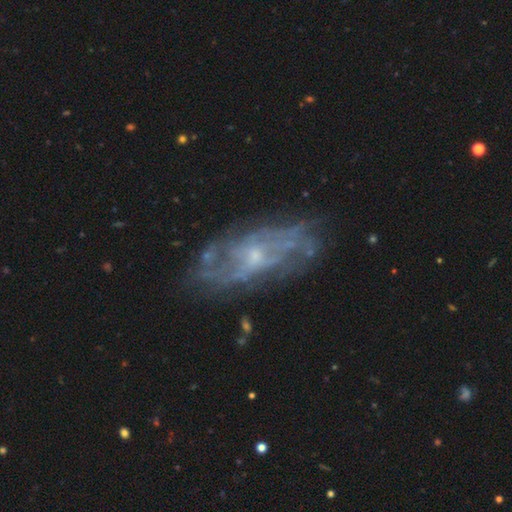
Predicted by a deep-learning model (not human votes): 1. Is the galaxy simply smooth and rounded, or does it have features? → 79% featured or disk, 13% smooth, 8% star or artifact.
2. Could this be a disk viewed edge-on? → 89% no, 11% yes.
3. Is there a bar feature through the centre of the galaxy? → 65% no, 30% weak, 5% strong.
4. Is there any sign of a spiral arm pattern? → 77% yes, 23% no.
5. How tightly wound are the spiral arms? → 38% medium (tied), 38% tight (tied), 24% loose.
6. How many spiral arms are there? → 53% can't tell, 23% 2, 8% 3, 6% 4, 4% more than 4, 4% 1.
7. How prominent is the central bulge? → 66% small, 26% moderate, 5% none, 1% large, 1% dominant.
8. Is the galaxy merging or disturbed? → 73% none, 17% minor disturbance, 8% major disturbance, 2% merger.